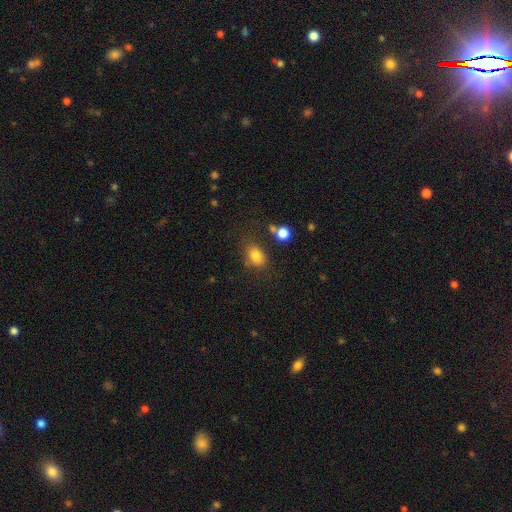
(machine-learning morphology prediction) This appears to be a smooth galaxy with no disk features (81%) that is in between round and cigar-shaped (66%). Merging: none (72%).